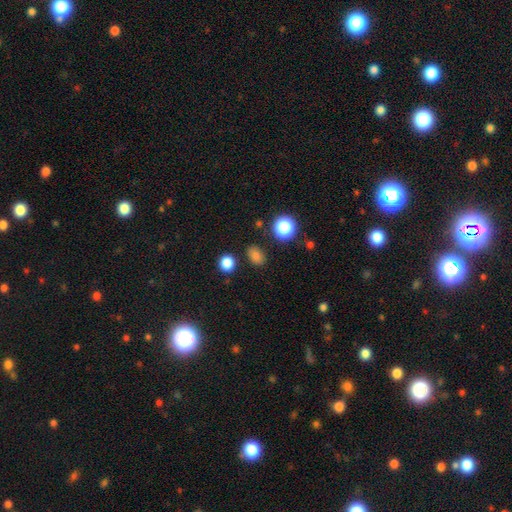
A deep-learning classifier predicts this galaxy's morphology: smooth 79%, star or artifact 15%, featured or disk 5%. Down the decision tree: how rounded — in between (66%); merging — none (85%).